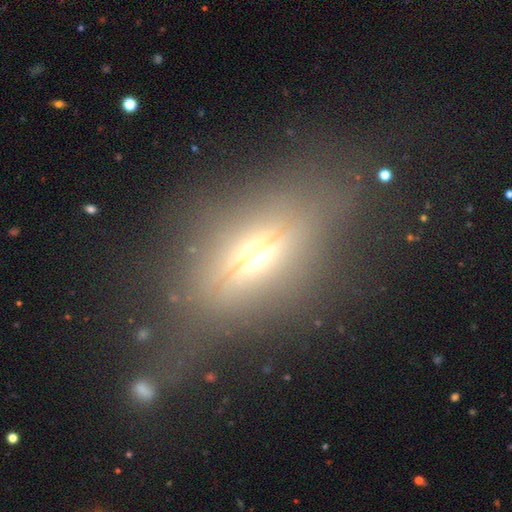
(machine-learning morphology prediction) This appears to be a featured or disk galaxy (66%) viewed edge-on (80%) with a rounded central bulge (91%). Merging: none (64%).